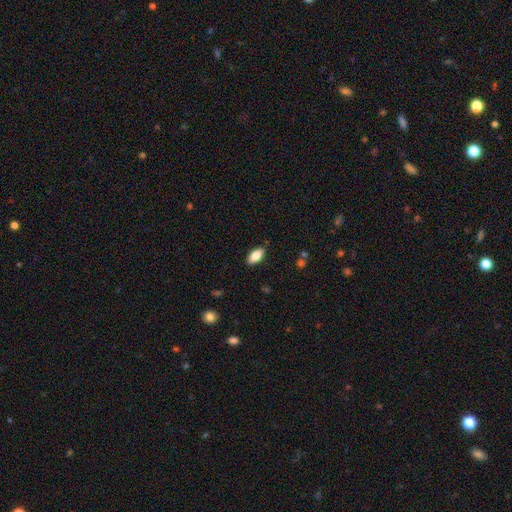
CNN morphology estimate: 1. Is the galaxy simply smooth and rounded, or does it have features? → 82% smooth, 11% featured or disk, 7% star or artifact.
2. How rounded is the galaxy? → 90% in between, 8% cigar-shaped, 3% round.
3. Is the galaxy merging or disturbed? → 87% none, 10% minor disturbance, 2% major disturbance, 1% merger.